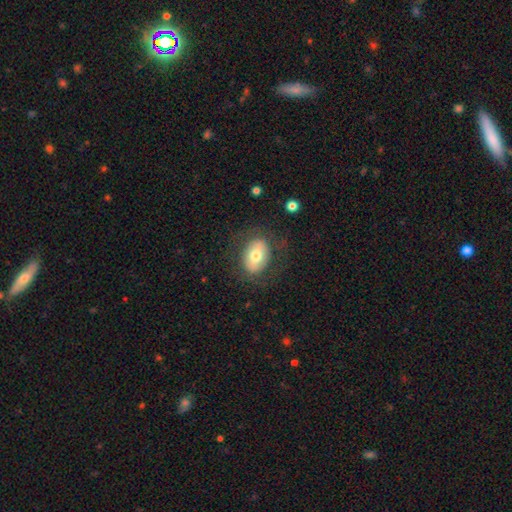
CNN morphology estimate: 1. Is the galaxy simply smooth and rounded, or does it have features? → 61% smooth, 32% featured or disk, 8% star or artifact.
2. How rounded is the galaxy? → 77% in between, 22% round, 1% cigar-shaped.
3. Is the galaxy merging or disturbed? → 75% none, 14% minor disturbance, 10% major disturbance, 1% merger.